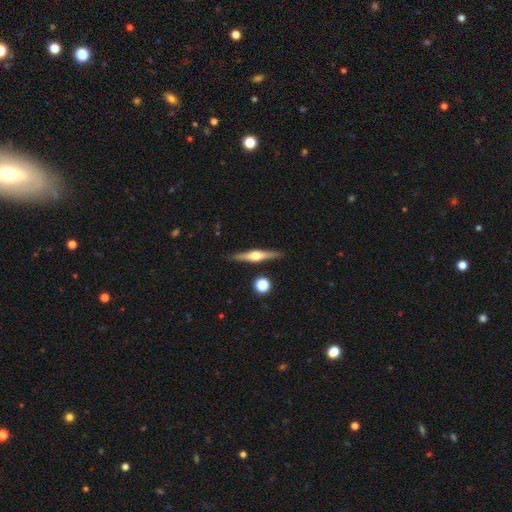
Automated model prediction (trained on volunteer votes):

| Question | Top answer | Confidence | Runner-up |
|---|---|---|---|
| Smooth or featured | featured or disk | 72% | smooth (22%) |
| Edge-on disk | yes | 97% | no (3%) |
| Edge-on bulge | rounded | 93% | boxy (4%) |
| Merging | none | 88% | minor disturbance (7%) |